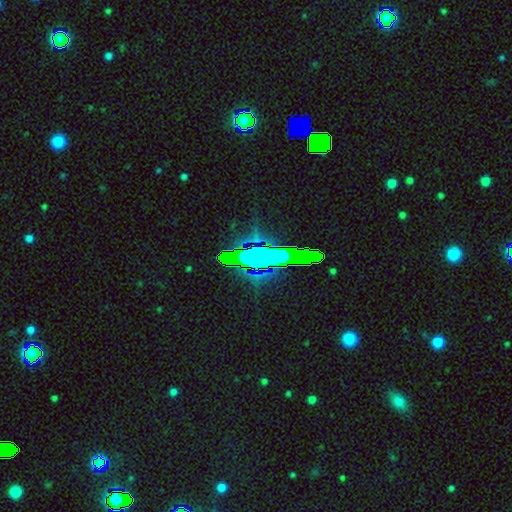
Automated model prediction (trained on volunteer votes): Smooth or featured? star or artifact (71%)